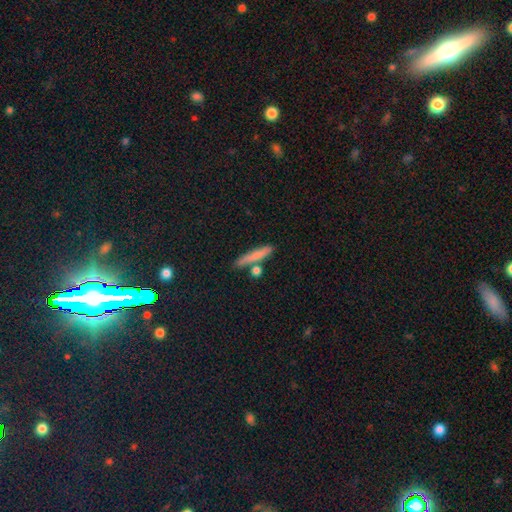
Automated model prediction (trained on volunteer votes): Smooth or featured? Predicted: smooth (p=0.74). How rounded? Predicted: cigar-shaped (p=0.87). Merging? Predicted: none (p=0.74).